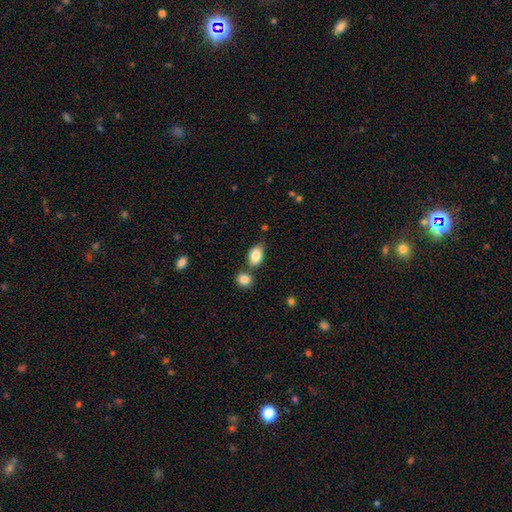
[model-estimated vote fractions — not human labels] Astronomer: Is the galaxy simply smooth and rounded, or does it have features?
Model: smooth — 85%.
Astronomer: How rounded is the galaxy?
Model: in between — 84%.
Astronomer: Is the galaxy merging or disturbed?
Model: none — 59%.